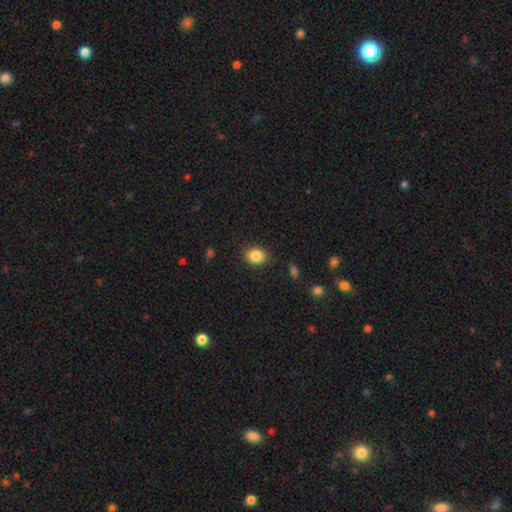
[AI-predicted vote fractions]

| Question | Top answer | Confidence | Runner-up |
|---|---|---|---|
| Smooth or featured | smooth | 87% | star or artifact (9%) |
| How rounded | in between | 56% | round (44%) |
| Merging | none | 88% | minor disturbance (8%) |